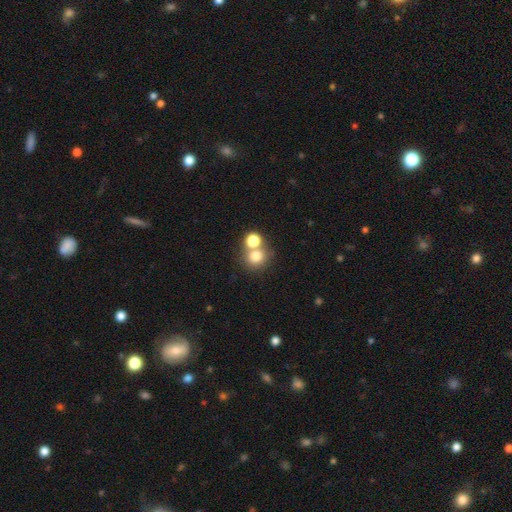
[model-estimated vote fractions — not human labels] Smooth or featured? smooth (75%)
How rounded? round (85%)
Merging? none (52%)